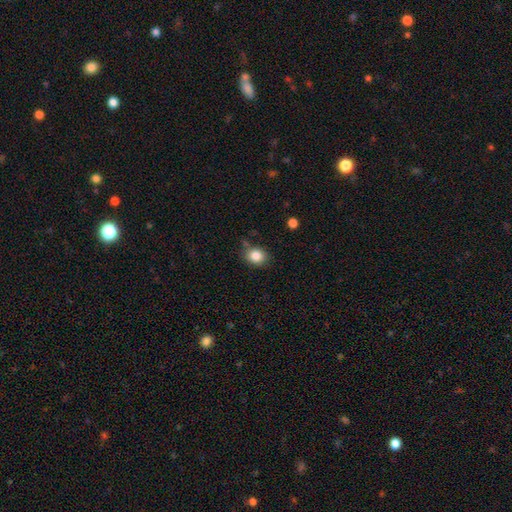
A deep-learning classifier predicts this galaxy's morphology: smooth-or-featured: smooth: 84% | star or artifact: 10% | featured or disk: 6%
  how-rounded: round: 64% | in between: 35% | cigar-shaped: 1%
  merging: none: 75% | minor disturbance: 17% | major disturbance: 4% | merger: 4%